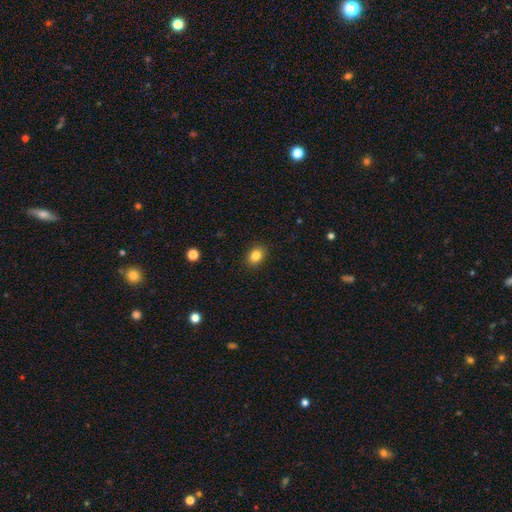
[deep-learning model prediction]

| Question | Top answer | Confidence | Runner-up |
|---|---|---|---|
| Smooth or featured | smooth | 84% | star or artifact (10%) |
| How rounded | in between | 62% | round (37%) |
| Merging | none | 88% | minor disturbance (8%) |